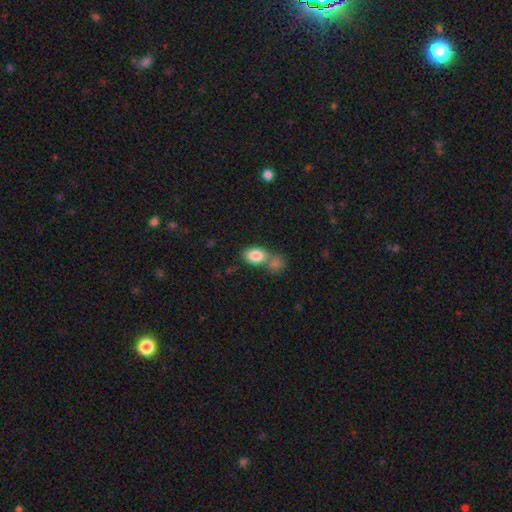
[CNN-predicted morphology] The model was most divided on "merging": merger: 47%, none: 38%, minor disturbance: 10%, major disturbance: 4%. More confident: smooth or featured — smooth (84%); how rounded — in between (80%).